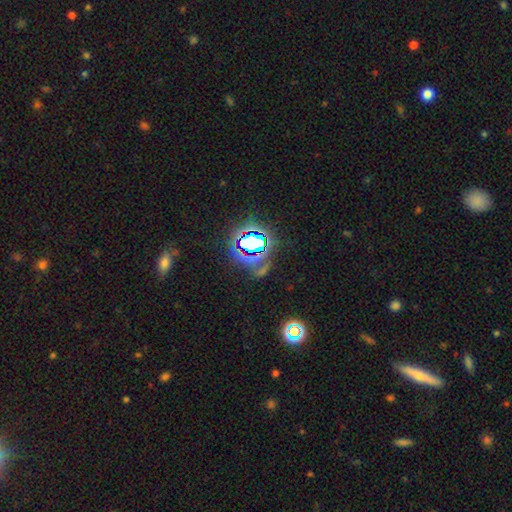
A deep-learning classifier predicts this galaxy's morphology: Smooth or featured? Predicted: star or artifact (p=0.79).